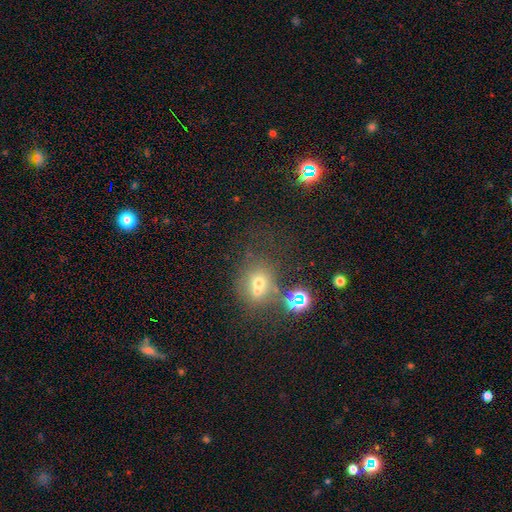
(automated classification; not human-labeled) This is possibly a smooth galaxy (57%). How rounded: possibly round (53%). Merging: possibly none (51%).